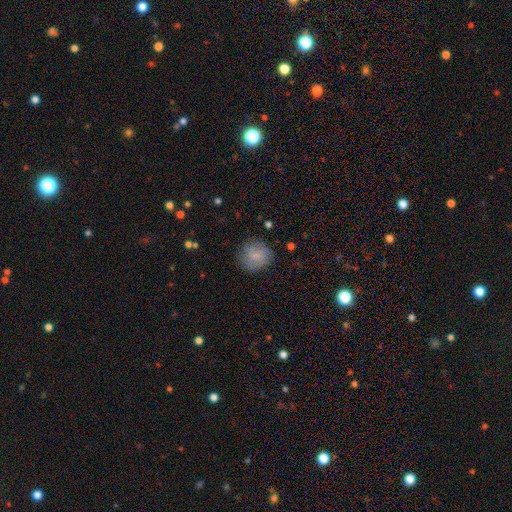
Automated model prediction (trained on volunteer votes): A smooth galaxy with no disk features (76%) that is round (85%). Merging: none (74%).